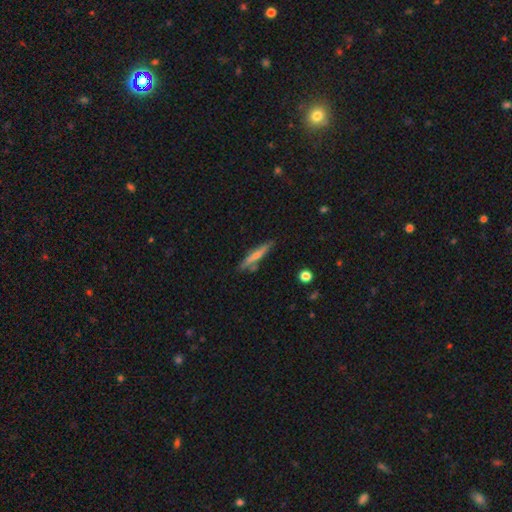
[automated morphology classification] Smooth or featured: smooth — 57% (featured or disk — 37%)
How rounded: cigar-shaped — 90% (in between — 8%)
Merging: none — 75% (minor disturbance — 15%)